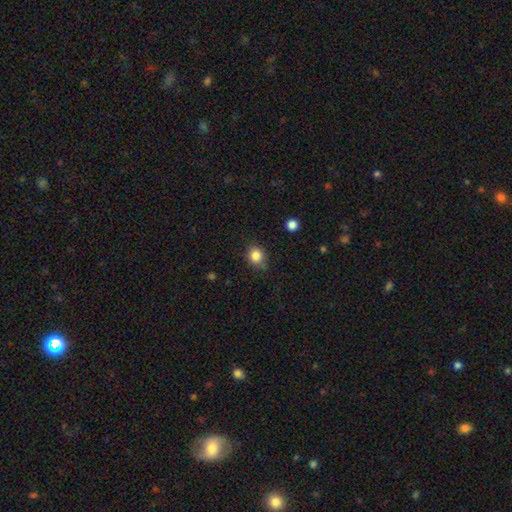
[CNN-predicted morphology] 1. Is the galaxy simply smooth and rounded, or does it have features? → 84% smooth, 10% star or artifact, 5% featured or disk.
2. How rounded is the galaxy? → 68% round, 31% in between, 1% cigar-shaped.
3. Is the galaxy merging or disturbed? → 80% none, 15% minor disturbance, 3% major disturbance, 2% merger.